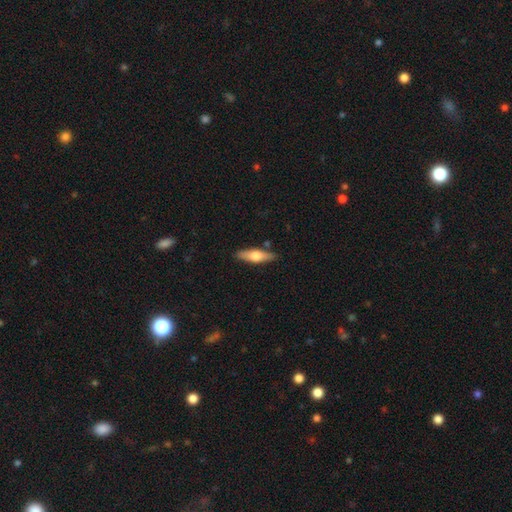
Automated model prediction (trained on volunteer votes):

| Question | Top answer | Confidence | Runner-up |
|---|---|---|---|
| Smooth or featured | smooth | 53% | featured or disk (41%) |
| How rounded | cigar-shaped | 55% | in between (42%) |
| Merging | none | 85% | minor disturbance (11%) |